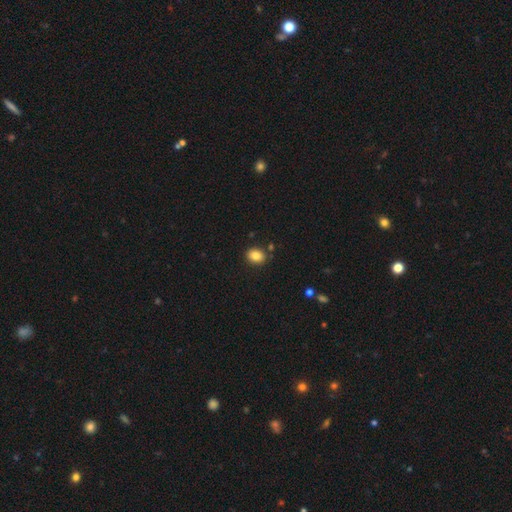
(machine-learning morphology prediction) The model was most divided on "how rounded": in between: 59%, round: 41%, cigar-shaped: 1%. More confident: merging — none (85%); smooth or featured — smooth (84%).